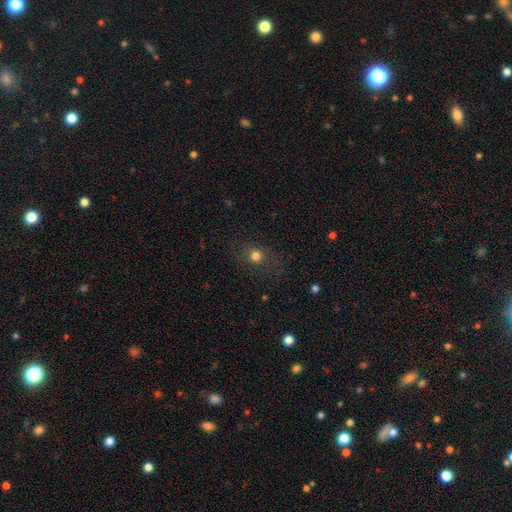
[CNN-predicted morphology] The model was most divided on "how rounded": round: 74%, in between: 24%, cigar-shaped: 2%. More confident: merging — none (77%); smooth or featured — smooth (72%).